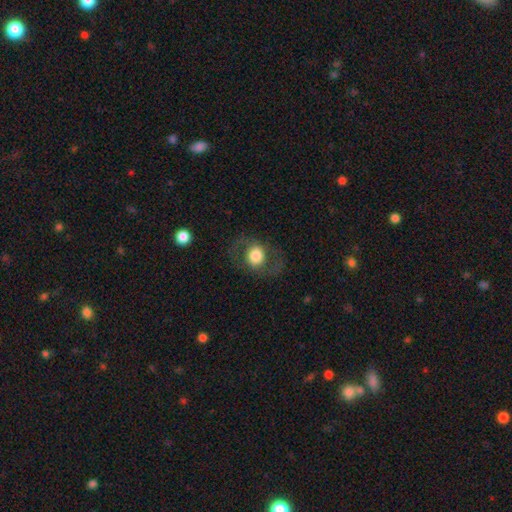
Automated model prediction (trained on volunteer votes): Q: Smooth or featured?
A: smooth (60%); runner-up: featured or disk (32%)
Q: How rounded?
A: round (67%); runner-up: in between (32%)
Q: Merging?
A: none (76%); runner-up: minor disturbance (12%)